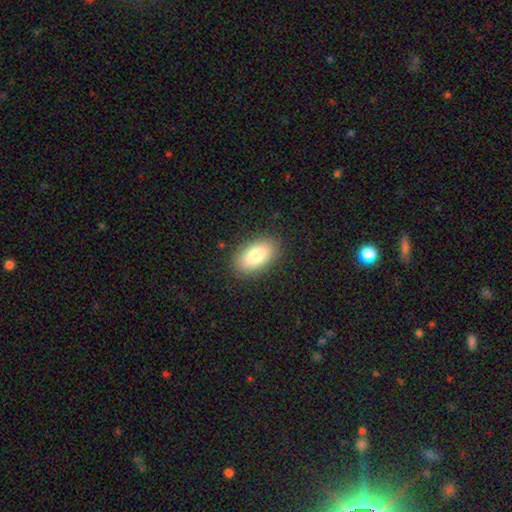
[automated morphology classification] smooth 83%, featured or disk 10%, star or artifact 7%. Down the decision tree: how rounded — in between (93%); merging — none (87%).